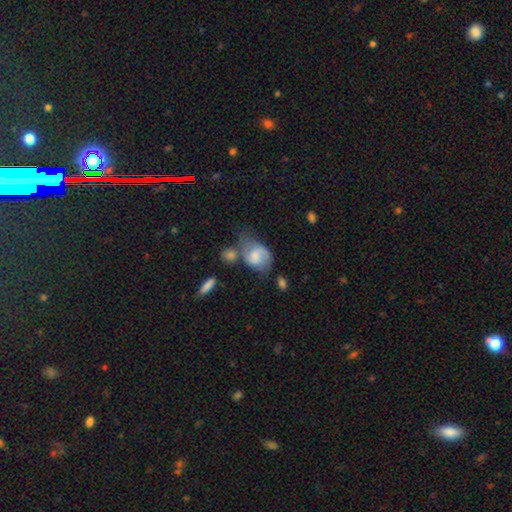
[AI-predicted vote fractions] Smooth or featured: smooth — 54% (featured or disk — 38%)
How rounded: in between — 64% (round — 35%)
Merging: none — 30% (minor disturbance — 28%)